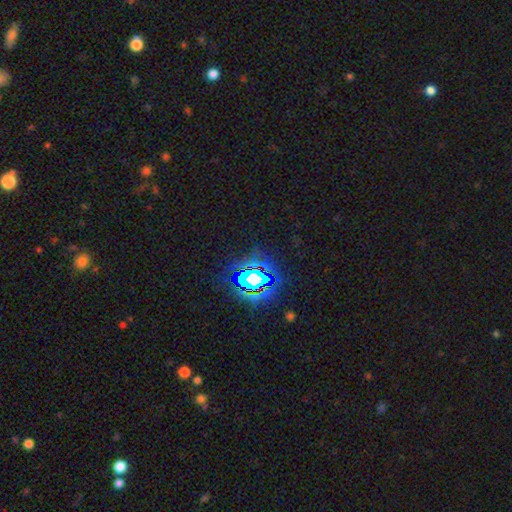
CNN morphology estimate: This appears to be a star or artifact, not a galaxy (80%).